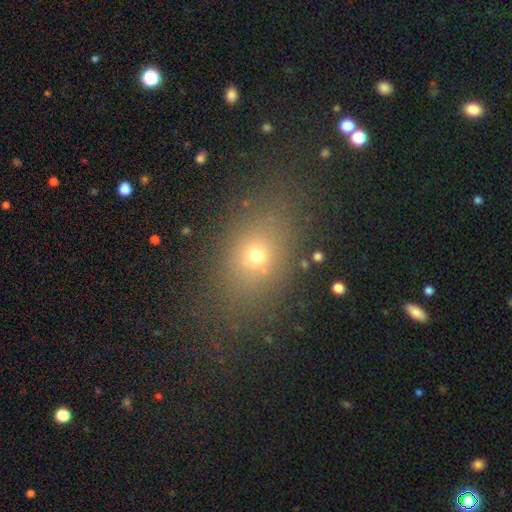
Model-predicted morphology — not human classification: type=smooth (64%); roundness=in between (67%); merging=none (78%).